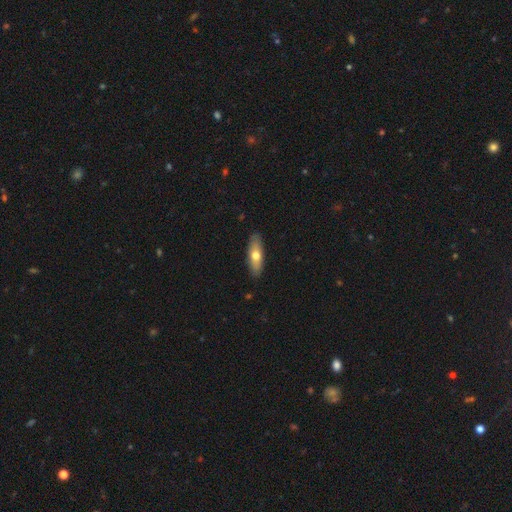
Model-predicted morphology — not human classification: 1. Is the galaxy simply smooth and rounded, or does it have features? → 64% smooth, 31% featured or disk, 6% star or artifact.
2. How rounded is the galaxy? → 57% in between, 40% cigar-shaped, 3% round.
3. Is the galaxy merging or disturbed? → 89% none, 8% minor disturbance, 2% major disturbance, 1% merger.